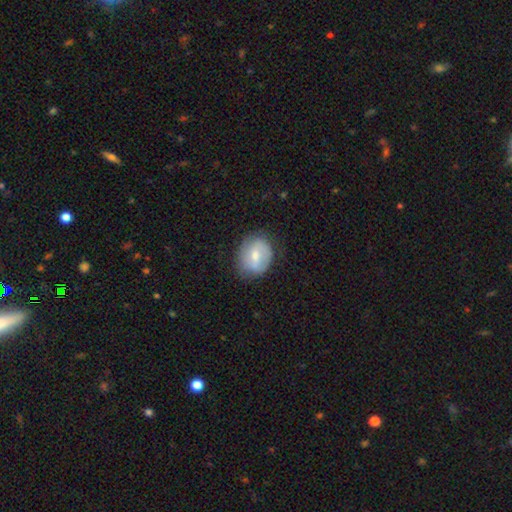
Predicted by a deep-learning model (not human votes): Smooth or featured?
  - smooth: 58% *
  - featured or disk: 35%
  - star or artifact: 7%
How rounded?
  - in between: 52% *
  - round: 47%
  - cigar-shaped: 1%
Merging?
  - none: 70% *
  - minor disturbance: 21%
  - major disturbance: 7%
  - merger: 1%